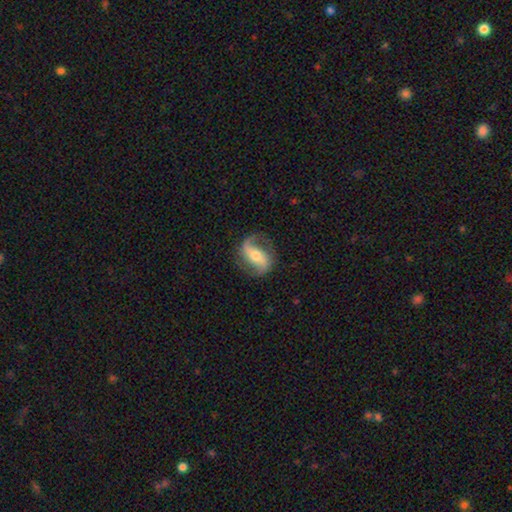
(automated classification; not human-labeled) This is likely a featured or disk galaxy (79%). It is clearly not viewed edge-on (95%). Bar: marginally strong (45%). Spiral arm pattern: clearly yes (92%). Spiral arm count: clearly 2 (83%). Spiral winding: possibly loose (50%). Central bulge: possibly moderate (56%). Merging: likely none (74%).